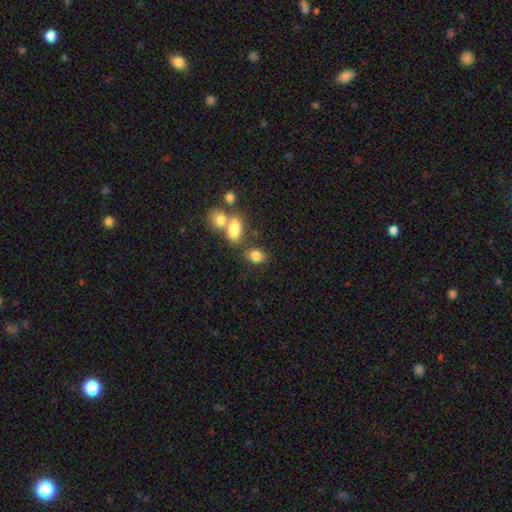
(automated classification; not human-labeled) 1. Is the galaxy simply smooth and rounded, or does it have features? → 82% smooth, 10% star or artifact, 8% featured or disk.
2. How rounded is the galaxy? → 73% in between, 26% round, 2% cigar-shaped.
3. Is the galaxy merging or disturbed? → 58% none, 24% merger, 12% minor disturbance, 5% major disturbance.